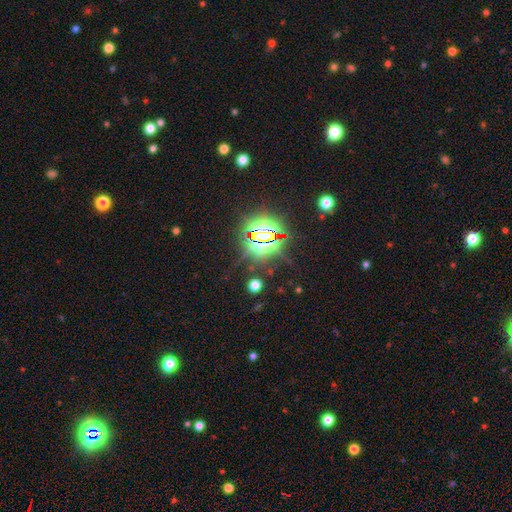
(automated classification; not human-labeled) smooth-or-featured: star or artifact: 83% | smooth: 10% | featured or disk: 7%